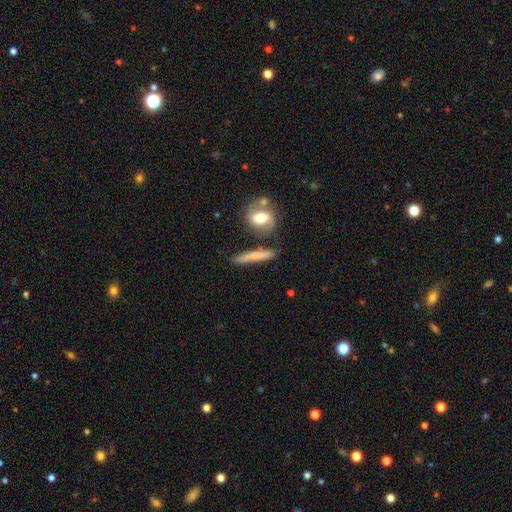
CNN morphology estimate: Q: Smooth or featured?
A: smooth (66%); runner-up: featured or disk (27%)
Q: How rounded?
A: cigar-shaped (85%); runner-up: in between (10%)
Q: Merging?
A: none (72%); runner-up: minor disturbance (15%)